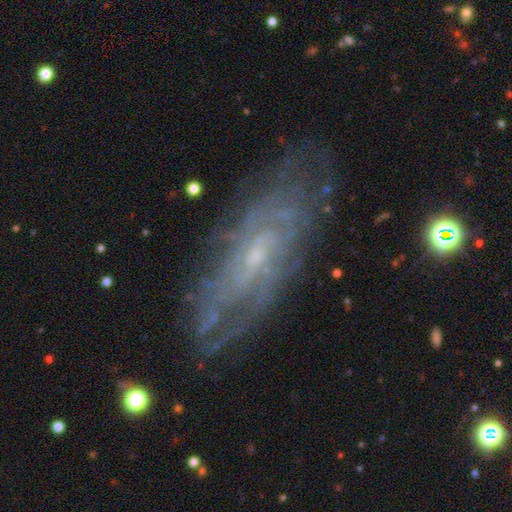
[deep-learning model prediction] Morphology: type=featured or disk (78%); edge-on=no (84%); bar=no (52%); spiral arms=yes (86%); winding=tight (59%); arm count=can't tell (61%); bulge=small (77%); merging=none (78%).